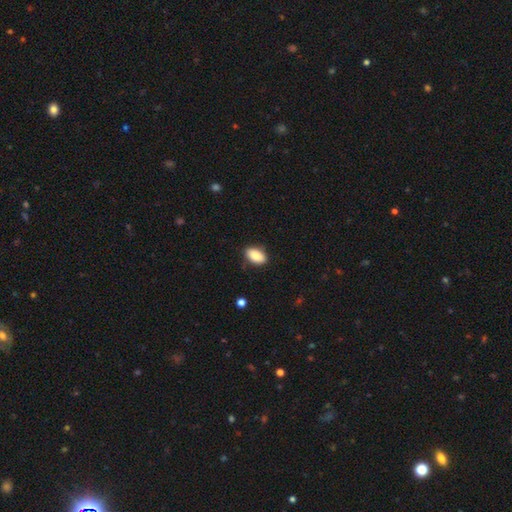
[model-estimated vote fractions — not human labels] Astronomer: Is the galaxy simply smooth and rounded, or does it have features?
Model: smooth — 87%.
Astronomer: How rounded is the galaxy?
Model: in between — 93%.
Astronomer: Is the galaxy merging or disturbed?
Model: none — 83%.